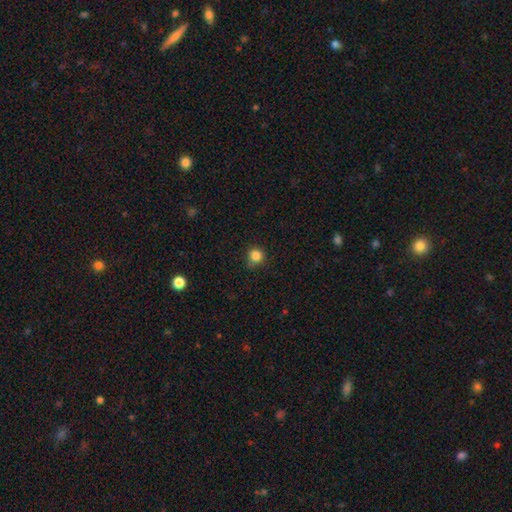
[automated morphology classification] This appears to be a smooth galaxy with no disk features (84%) that is round (90%). Merging: none (75%).